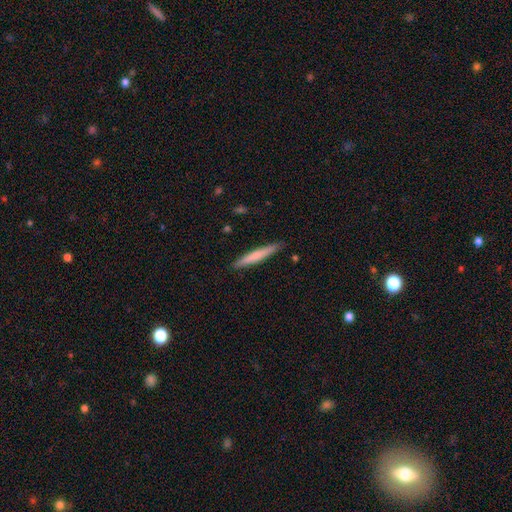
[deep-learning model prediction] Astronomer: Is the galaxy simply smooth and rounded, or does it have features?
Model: smooth — 67%.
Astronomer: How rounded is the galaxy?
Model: cigar-shaped — 95%.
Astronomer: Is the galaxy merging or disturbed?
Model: none — 89%.